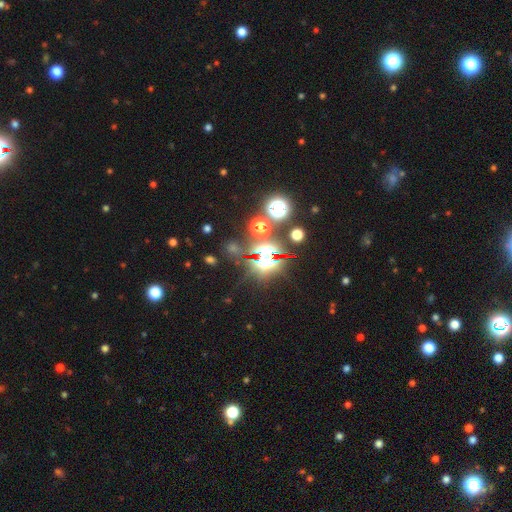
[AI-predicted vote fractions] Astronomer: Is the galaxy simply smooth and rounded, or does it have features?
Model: star or artifact — 80%.